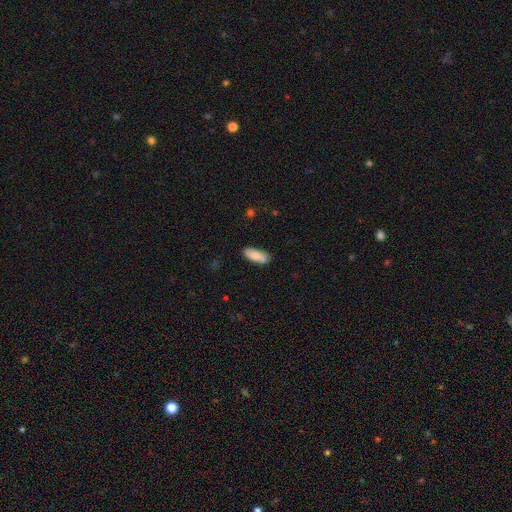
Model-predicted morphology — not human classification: smooth_or_featured: smooth (p=0.75) [alt: featured or disk p=0.18]
how_rounded: in between (p=0.78) [alt: cigar-shaped p=0.20]
merging: none (p=0.75) [alt: minor disturbance p=0.18]